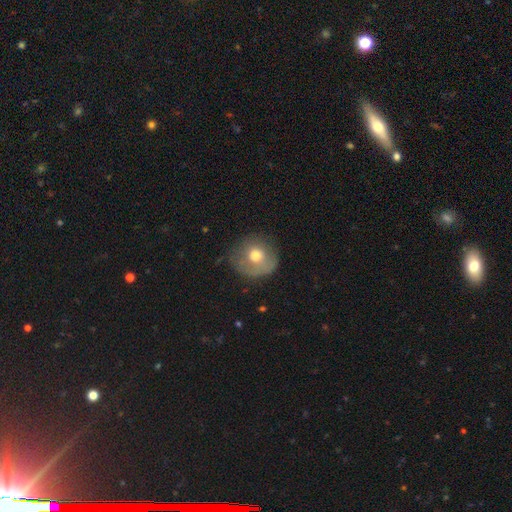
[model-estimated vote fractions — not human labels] A smooth galaxy with no disk features (64%) that is round (87%). Merging: none (60%).